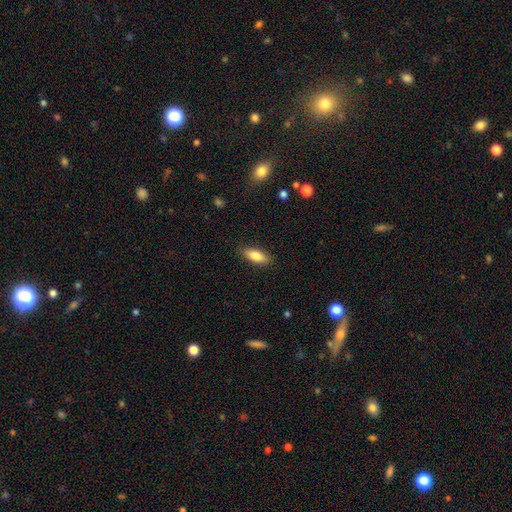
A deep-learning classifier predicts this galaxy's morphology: smooth-or-featured: smooth: 83% | featured or disk: 10% | star or artifact: 7%
  how-rounded: in between: 75% | cigar-shaped: 23% | round: 2%
  merging: none: 86% | minor disturbance: 10% | major disturbance: 3% | merger: 1%